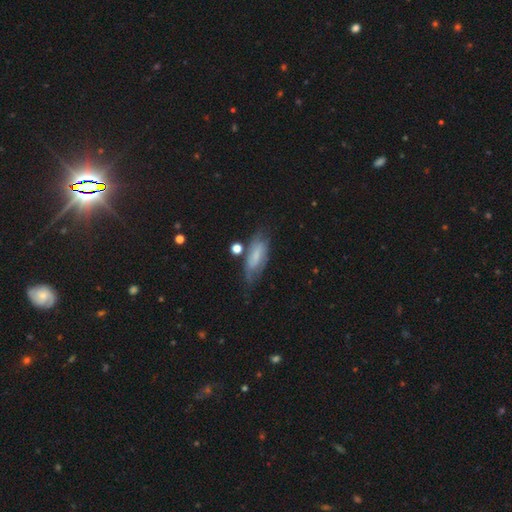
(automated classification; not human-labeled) Smooth or featured? smooth (49%)
Merging? none (57%)